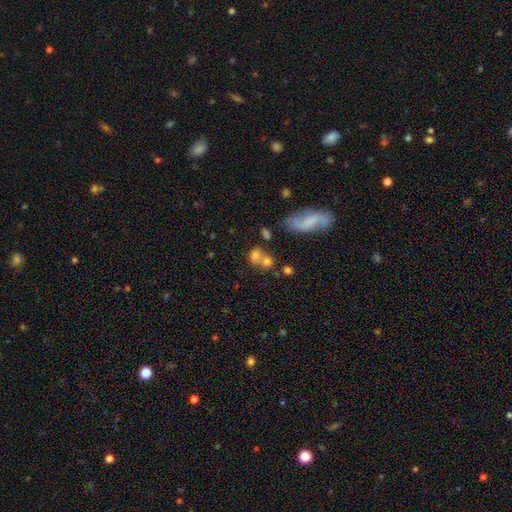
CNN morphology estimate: This is likely a smooth galaxy (67%). How rounded: possibly round (50%). Merging: possibly merger (46%).